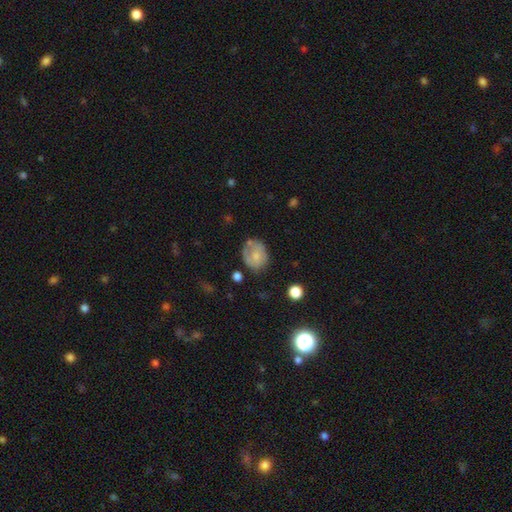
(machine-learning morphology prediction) type=smooth (57%); roundness=round (50%); merging=none (54%).